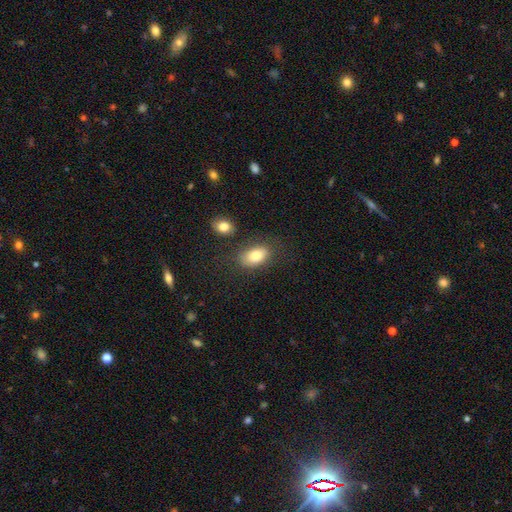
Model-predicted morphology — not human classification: Q: Smooth or featured?
A: smooth (81%); runner-up: featured or disk (11%)
Q: How rounded?
A: in between (88%); runner-up: round (10%)
Q: Merging?
A: none (71%); runner-up: minor disturbance (15%)